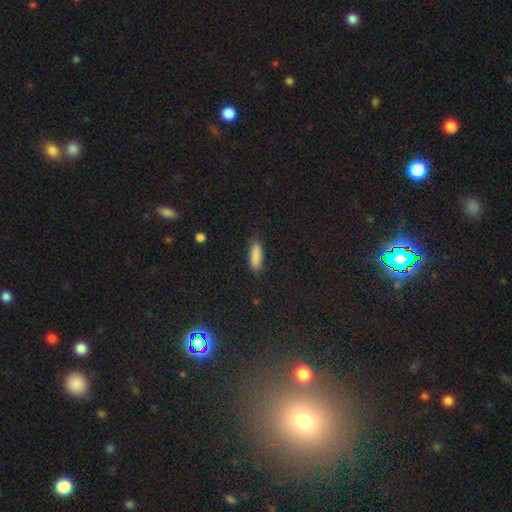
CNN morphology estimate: Overall: smooth (87%). How rounded: in between (58%; cigar-shaped 40%). Merging: none (85%).